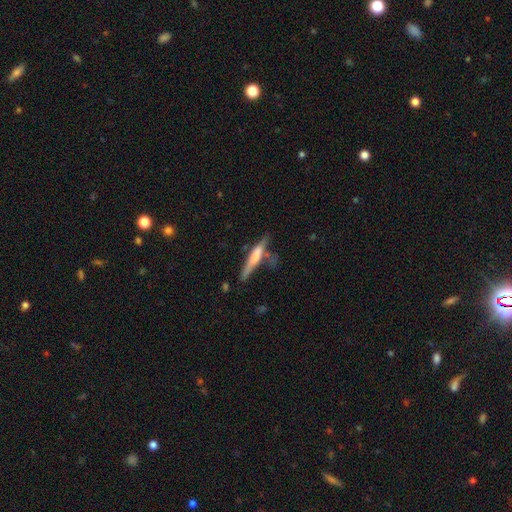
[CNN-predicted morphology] This appears to be a smooth galaxy with no disk features (52%) that is cigar-shaped (90%). Merging: none (59%).